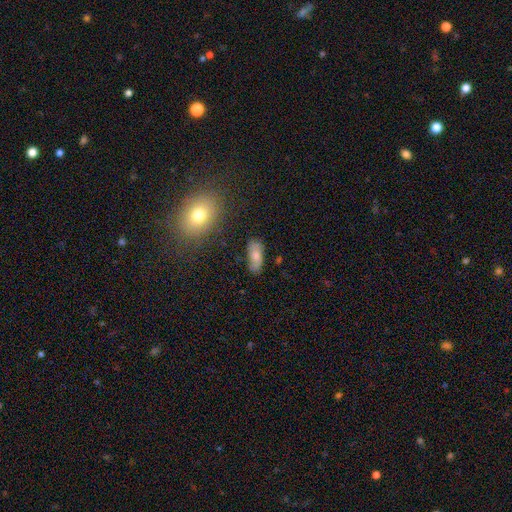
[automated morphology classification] Q: Smooth or featured?
A: smooth (68%); runner-up: featured or disk (23%)
Q: How rounded?
A: in between (81%); runner-up: cigar-shaped (15%)
Q: Merging?
A: none (71%); runner-up: minor disturbance (20%)